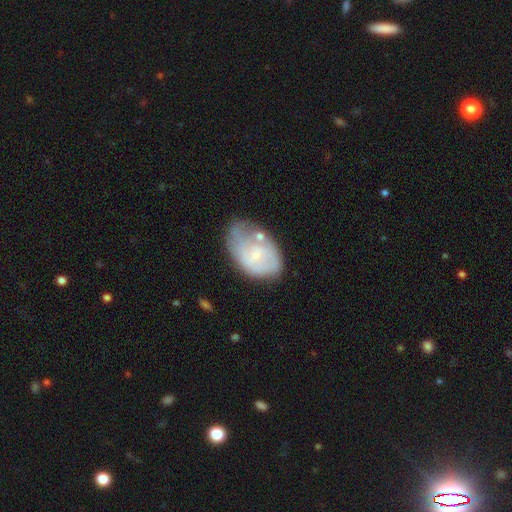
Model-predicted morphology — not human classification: Smooth or featured: featured or disk — 49% (smooth — 43%)
Merging: none — 35% (minor disturbance — 33%)